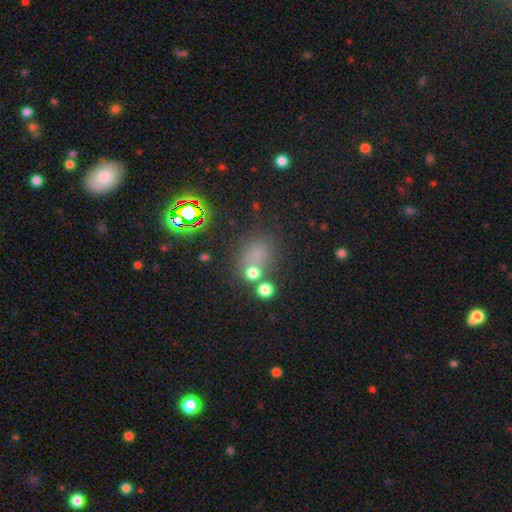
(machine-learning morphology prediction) This is possibly a smooth galaxy (57%). How rounded: likely round (62%). Merging: likely none (63%).